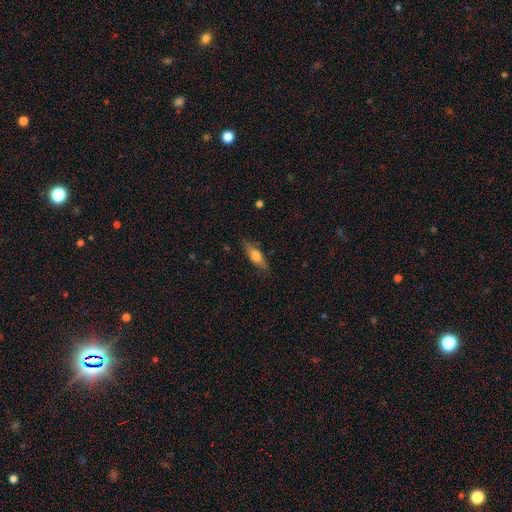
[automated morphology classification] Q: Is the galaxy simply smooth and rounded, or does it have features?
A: smooth — 56%.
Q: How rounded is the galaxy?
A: cigar-shaped — 52%.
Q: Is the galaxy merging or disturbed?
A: none — 83%.